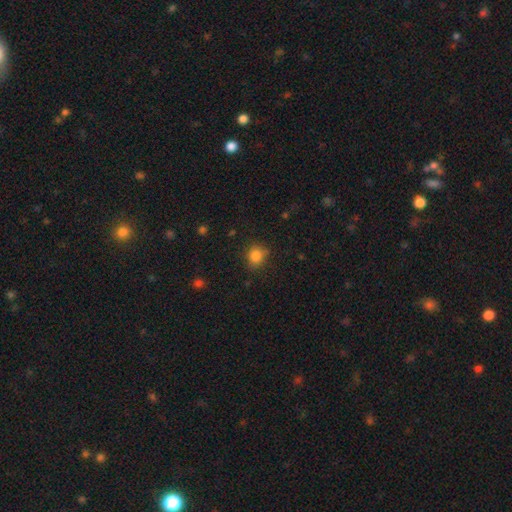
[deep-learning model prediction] Q: Smooth or featured?
A: smooth (83%); runner-up: star or artifact (12%)
Q: How rounded?
A: round (75%); runner-up: in between (24%)
Q: Merging?
A: none (81%); runner-up: minor disturbance (14%)